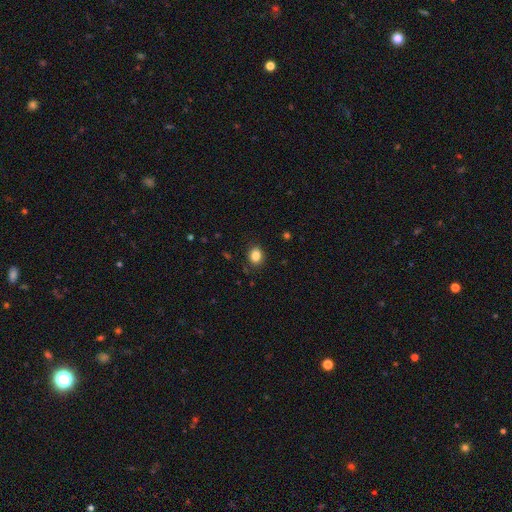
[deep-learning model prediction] The model was most divided on "how rounded": round: 59%, in between: 40%, cigar-shaped: 1%. More confident: merging — none (88%); smooth or featured — smooth (85%).